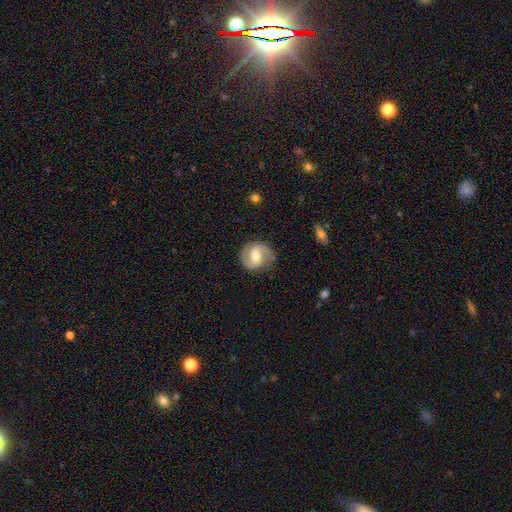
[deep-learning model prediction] A featured or disk galaxy (76%) with a weak bar (47%), 2 (90%) medium (48%) spiral arms (90%) and a moderate central bulge (69%).

Vote fractions:
- Smooth or featured? featured or disk: 76% / smooth: 19% / star or artifact: 6%
- Edge-on disk? no: 97% / yes: 3%
- Bar? weak: 47% / strong: 31% / no: 22%
- Spiral arms? yes: 90% / no: 10%
- Spiral winding? medium: 48% / loose: 32% / tight: 20%
- Spiral arm count? 2: 90% / can't tell: 4% / 1: 3% / 3: 1% / 4: 1% / more than 4: 1%
- Bulge size? moderate: 69% / small: 23% / large: 6% / none: 1% / dominant: 1%
- Merging? none: 83% / minor disturbance: 12% / major disturbance: 4% / merger: 1%